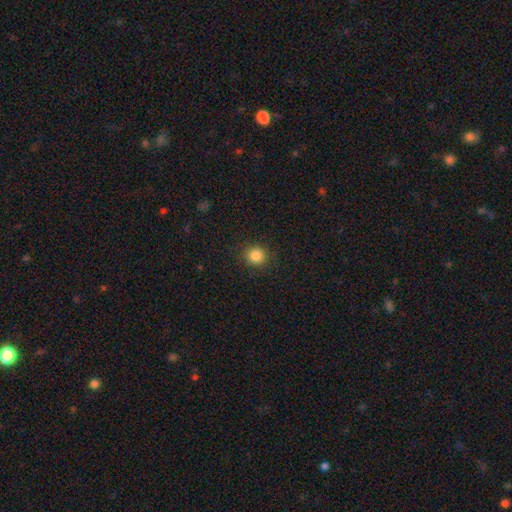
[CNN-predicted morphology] This appears to be a smooth galaxy with no disk features (85%) that is round (90%). Merging: none (90%).